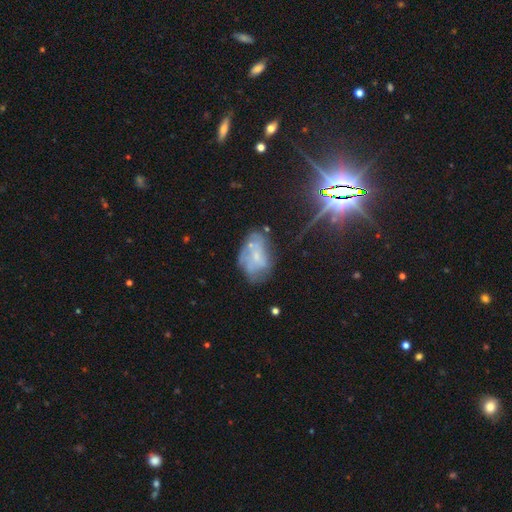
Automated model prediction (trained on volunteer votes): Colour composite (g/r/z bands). It shows a featured or disk galaxy (54%) with no bar (78%), no spiral arms (53%) and a small central bulge (65%). Merging: none (51%).